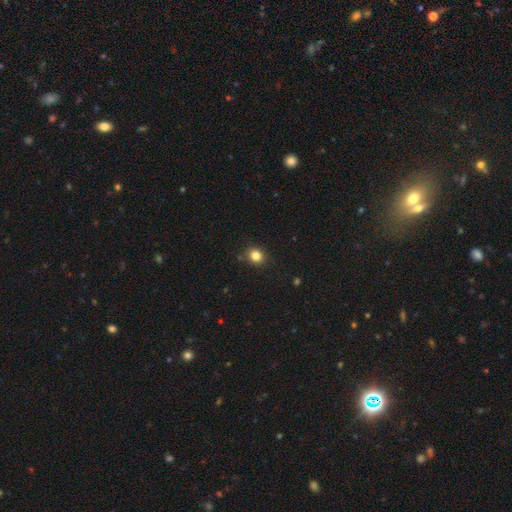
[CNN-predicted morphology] The model was most divided on "how rounded": round: 73%, in between: 26%, cigar-shaped: 1%. More confident: merging — none (87%); smooth or featured — smooth (82%).